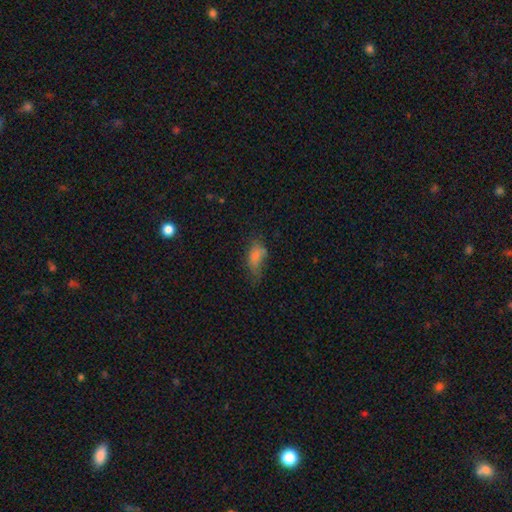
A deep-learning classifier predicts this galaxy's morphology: smooth 70%, featured or disk 17%, star or artifact 13%. Down the decision tree: how rounded — in between (86%); merging — none (33%).